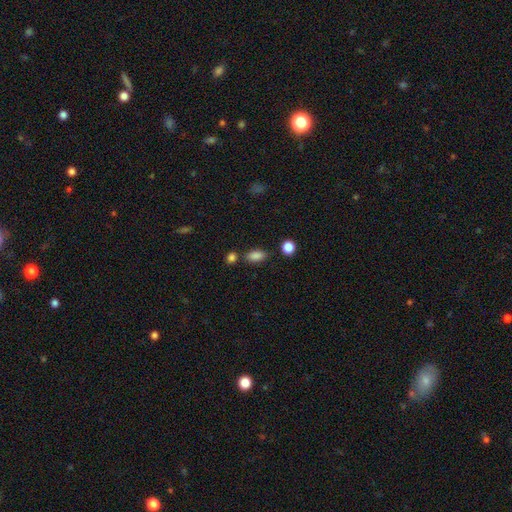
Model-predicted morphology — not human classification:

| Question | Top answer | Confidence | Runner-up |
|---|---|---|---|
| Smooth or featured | smooth | 86% | star or artifact (10%) |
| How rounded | in between | 87% | round (7%) |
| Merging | none | 75% | minor disturbance (13%) |